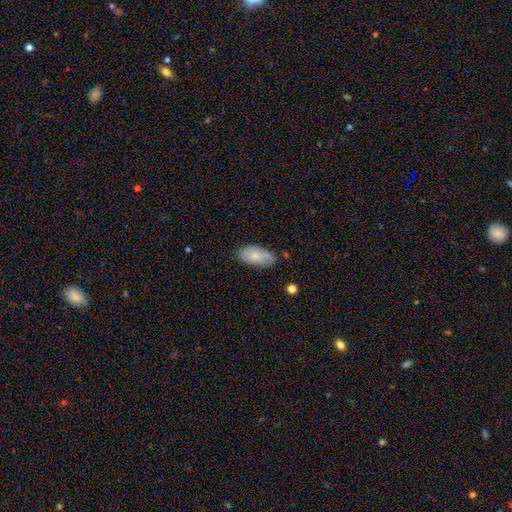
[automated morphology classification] Smooth or featured?
  - smooth: 73% *
  - featured or disk: 20%
  - star or artifact: 7%
How rounded?
  - in between: 93% *
  - cigar-shaped: 4%
  - round: 3%
Merging?
  - none: 70% *
  - minor disturbance: 23%
  - major disturbance: 4%
  - merger: 3%